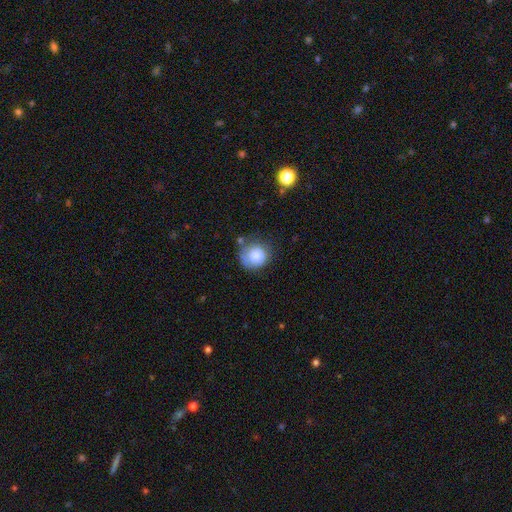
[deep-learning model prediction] A smooth galaxy with no disk features (77%) that is round (87%).

Vote fractions:
- Smooth or featured? smooth: 77% / featured or disk: 15% / star or artifact: 8%
- How rounded? round: 87% / in between: 12% / cigar-shaped: 1%
- Merging? none: 58% / minor disturbance: 27% / major disturbance: 11% / merger: 5%